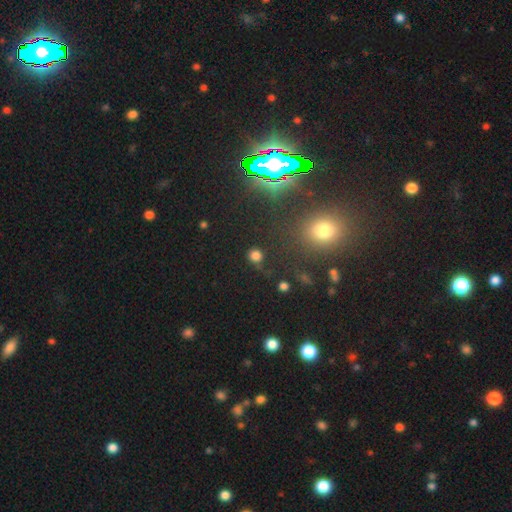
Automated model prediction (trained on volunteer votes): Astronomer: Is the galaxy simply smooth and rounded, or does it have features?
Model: smooth — 75%.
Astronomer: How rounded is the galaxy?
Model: round — 87%.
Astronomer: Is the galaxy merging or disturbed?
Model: none — 70%.